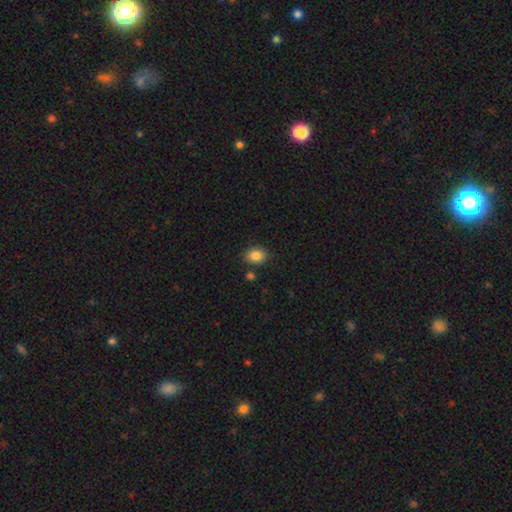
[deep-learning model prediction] This is clearly a smooth galaxy (85%). How rounded: likely in between (62%). Merging: clearly none (82%).